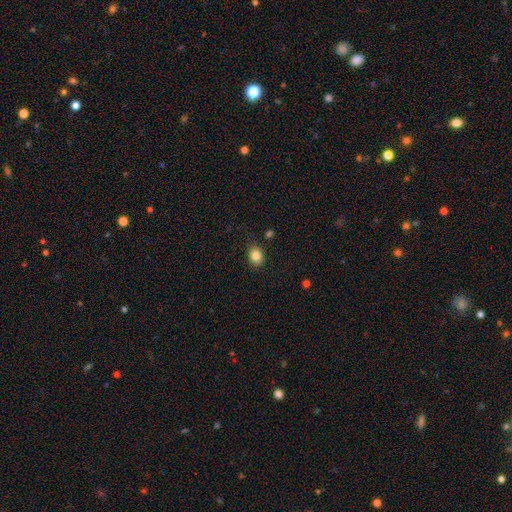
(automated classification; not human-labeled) Smooth or featured: smooth — 84% (star or artifact — 11%)
How rounded: round — 56% (in between — 43%)
Merging: none — 81% (minor disturbance — 14%)